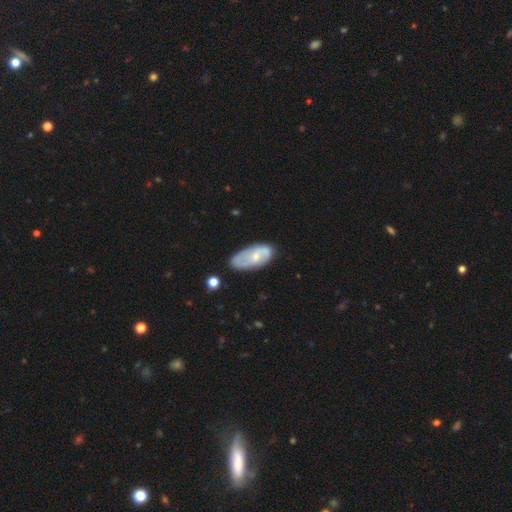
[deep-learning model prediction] Smooth or featured? featured or disk (56%)
Edge-on disk? no (92%)
Bar? no (59%)
Spiral arms? yes (74%)
Bulge size? small (51%)
Merging? none (68%)